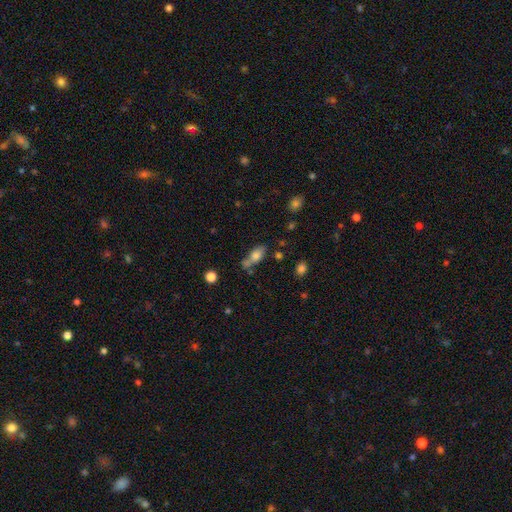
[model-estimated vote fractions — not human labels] The model was most divided on "merging": none: 48%, merger: 25%, minor disturbance: 18%, major disturbance: 8%. More confident: how rounded — in between (82%); smooth or featured — smooth (74%).